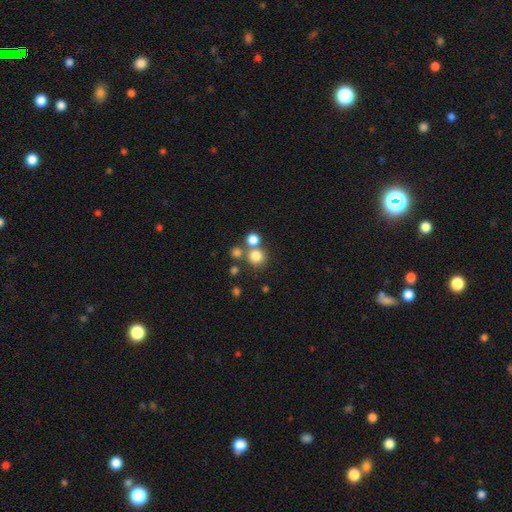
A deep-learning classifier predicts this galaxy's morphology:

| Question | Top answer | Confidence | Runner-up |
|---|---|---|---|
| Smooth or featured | smooth | 76% | star or artifact (15%) |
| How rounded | round | 91% | in between (8%) |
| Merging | none | 62% | merger (27%) |